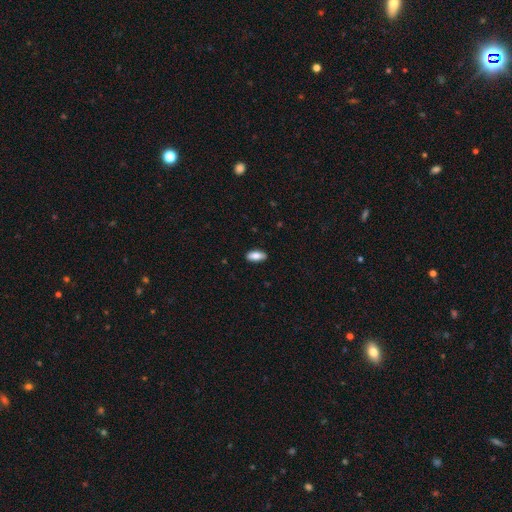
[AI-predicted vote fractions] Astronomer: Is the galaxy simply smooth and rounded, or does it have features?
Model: smooth — 82%.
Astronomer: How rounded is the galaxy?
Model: in between — 84%.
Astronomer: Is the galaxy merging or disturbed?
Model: none — 89%.